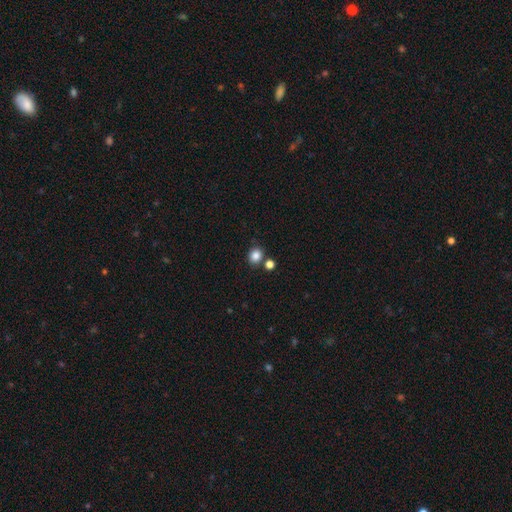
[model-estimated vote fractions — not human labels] This is clearly a smooth galaxy (84%). How rounded: likely round (69%). Merging: likely none (74%).